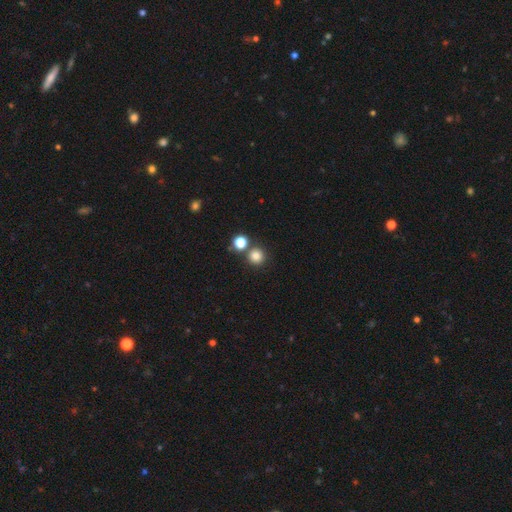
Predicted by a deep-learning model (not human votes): Smooth or featured? Predicted: smooth (p=0.81). How rounded? Predicted: round (p=0.94). Merging? Predicted: none (p=0.76).